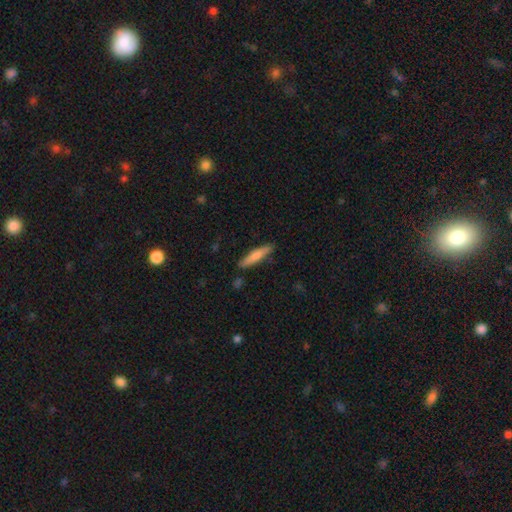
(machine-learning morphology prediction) The model was most divided on "smooth or featured": smooth: 73%, featured or disk: 21%, star or artifact: 5%. More confident: how rounded — cigar-shaped (87%); merging — none (87%).